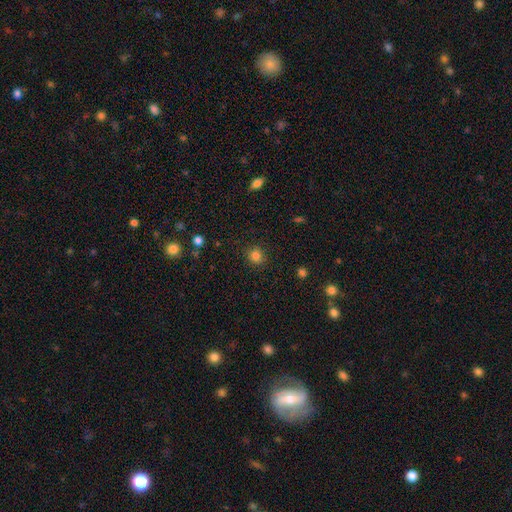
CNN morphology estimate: Smooth or featured? smooth (83%)
How rounded? round (84%)
Merging? none (89%)